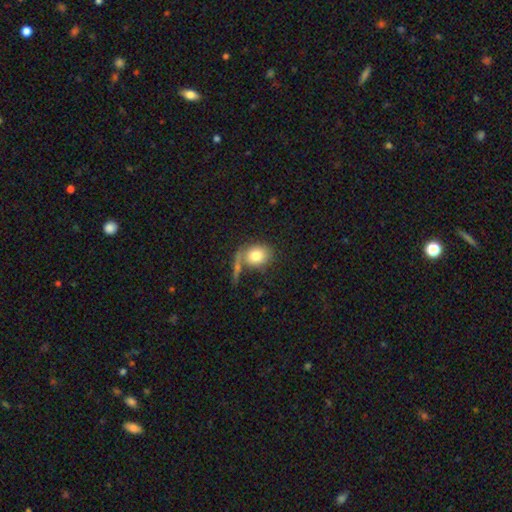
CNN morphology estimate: Q: Smooth or featured?
A: smooth (78%); runner-up: featured or disk (14%)
Q: How rounded?
A: round (51%); runner-up: in between (47%)
Q: Merging?
A: none (50%); runner-up: merger (22%)